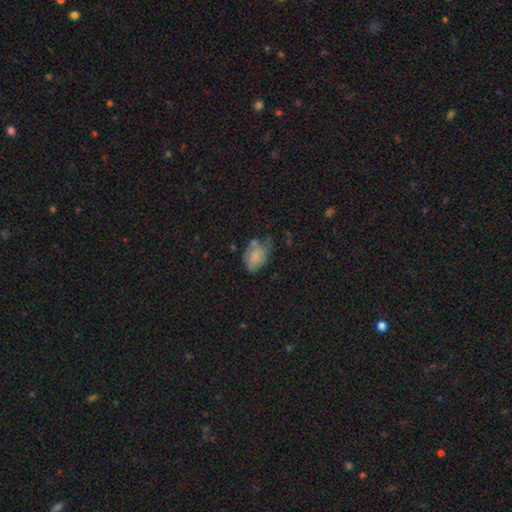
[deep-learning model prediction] This is likely a smooth galaxy (69%). How rounded: clearly in between (81%). Merging: marginally minor disturbance (37%).